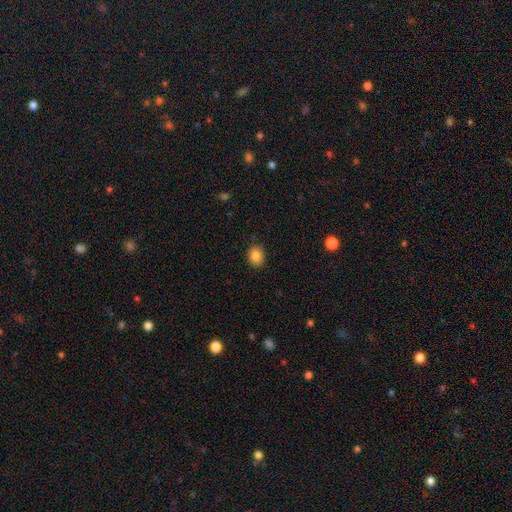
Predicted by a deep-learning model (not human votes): This is clearly a smooth galaxy (84%). How rounded: possibly round (55%). Merging: clearly none (88%).